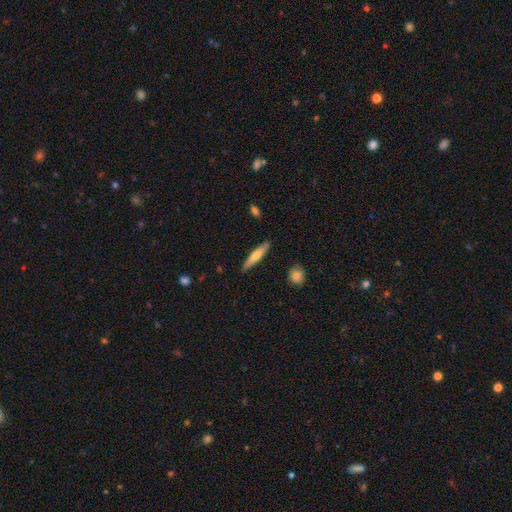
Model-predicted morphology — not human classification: Smooth or featured? smooth (61%)
How rounded? cigar-shaped (87%)
Merging? none (87%)